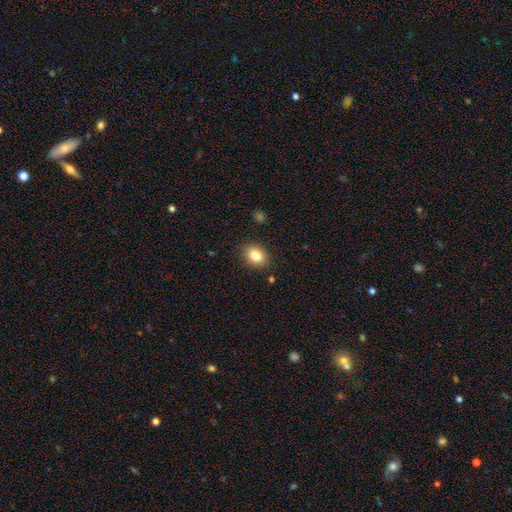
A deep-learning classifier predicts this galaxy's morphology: Smooth or featured? smooth (83%)
How rounded? in between (58%)
Merging? none (87%)